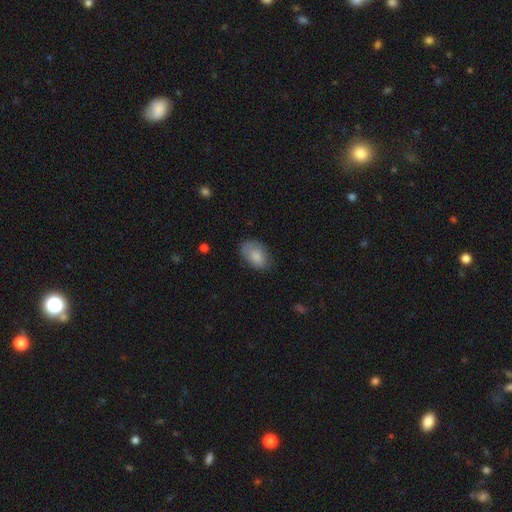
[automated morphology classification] This appears to be a smooth galaxy with no disk features (80%) that is in between round and cigar-shaped (88%). Merging: none (70%).